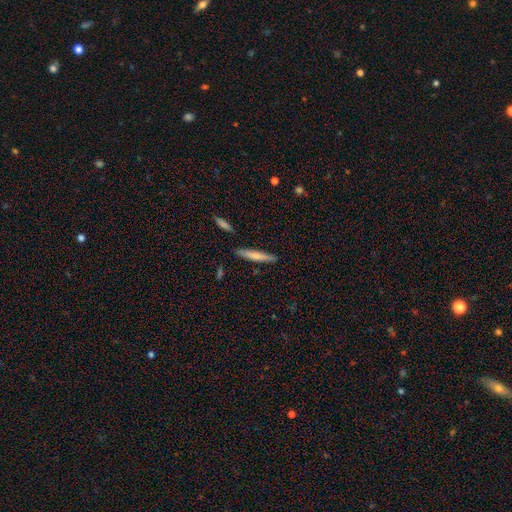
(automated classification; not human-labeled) This appears to be a smooth galaxy with no disk features (70%) that is cigar-shaped (93%). Merging: none (86%).